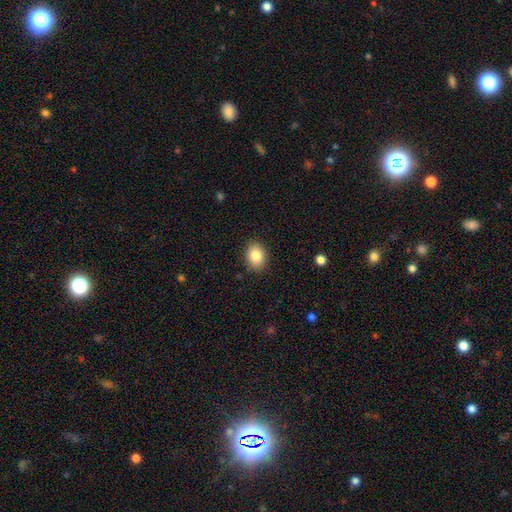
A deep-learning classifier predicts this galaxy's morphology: This appears to be a smooth galaxy with no disk features (85%) that is in between round and cigar-shaped (63%). Merging: none (88%).